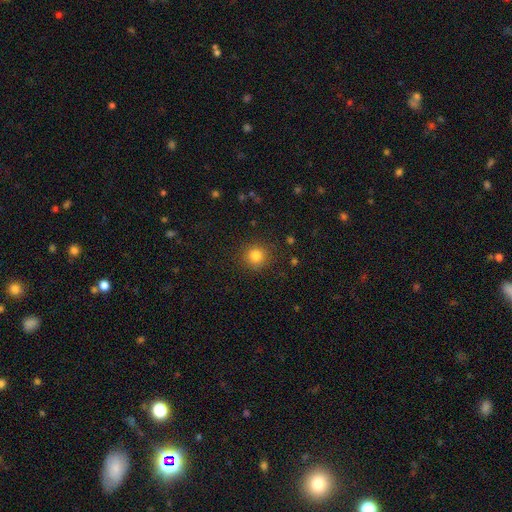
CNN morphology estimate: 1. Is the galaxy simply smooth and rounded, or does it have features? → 82% smooth, 12% star or artifact, 6% featured or disk.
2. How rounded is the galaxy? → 93% round, 7% in between, 1% cigar-shaped.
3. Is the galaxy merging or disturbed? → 89% none, 7% minor disturbance, 3% major disturbance, 1% merger.